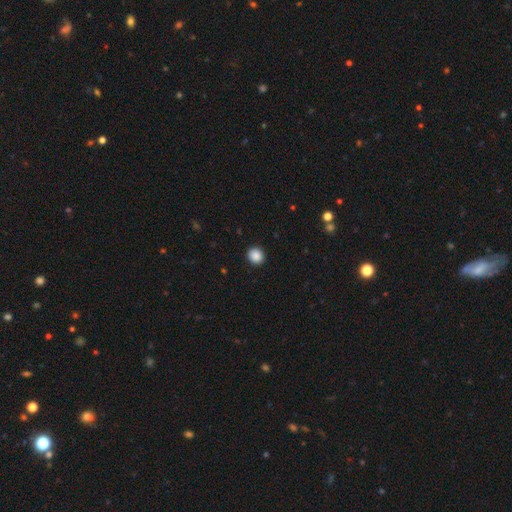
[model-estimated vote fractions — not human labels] smooth 88%, star or artifact 9%, featured or disk 3%. Down the decision tree: how rounded — round (87%); merging — none (92%).